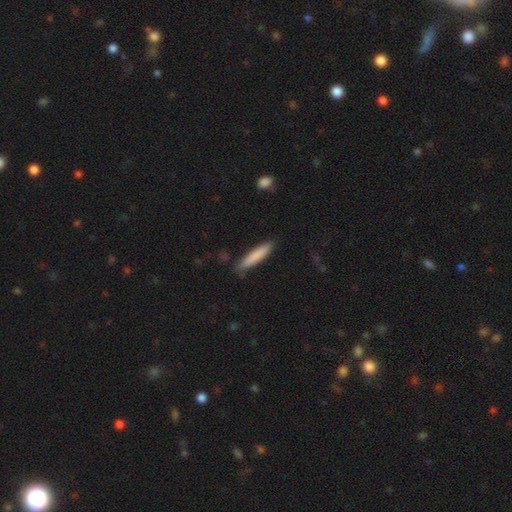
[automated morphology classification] Overall: smooth (83%). How rounded: cigar-shaped (88%). Merging: none (81%).